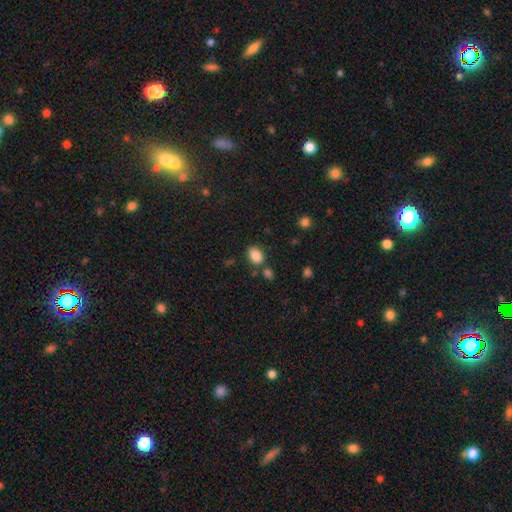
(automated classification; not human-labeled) This is clearly a smooth galaxy (86%). How rounded: clearly in between (81%). Merging: likely none (73%).